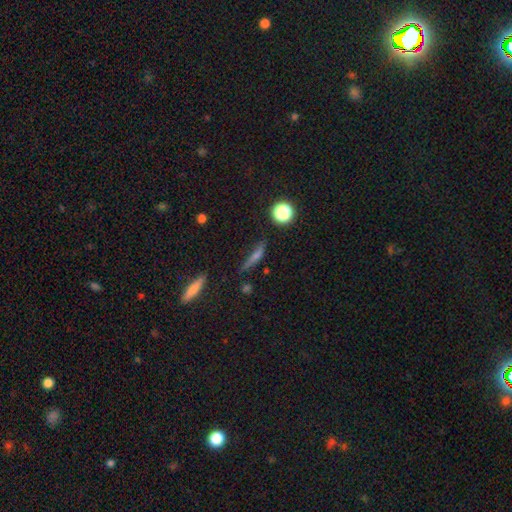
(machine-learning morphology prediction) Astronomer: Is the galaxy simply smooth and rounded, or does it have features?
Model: smooth — 43% (runner-up: featured or disk, 35%).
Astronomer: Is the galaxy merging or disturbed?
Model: none — 79%.